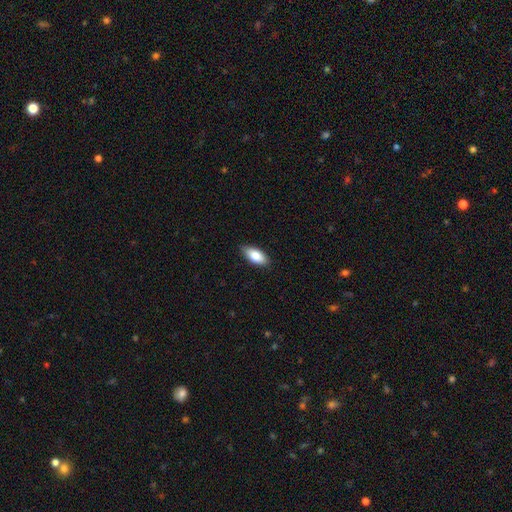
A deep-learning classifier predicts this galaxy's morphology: Smooth or featured? Predicted: smooth (p=0.81). How rounded? Predicted: in between (p=0.89). Merging? Predicted: none (p=0.86).